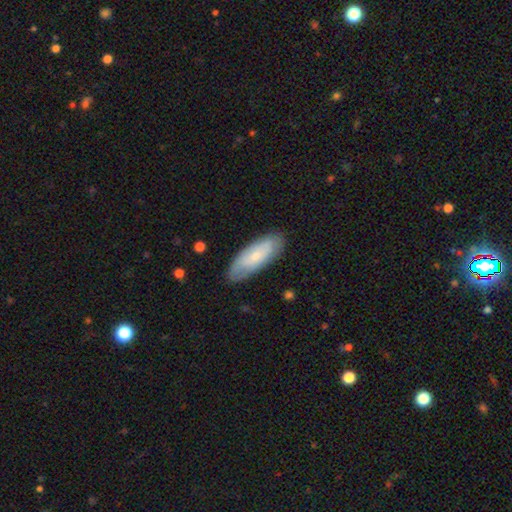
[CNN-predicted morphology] type=smooth (60%); roundness=in between (69%); merging=none (82%).